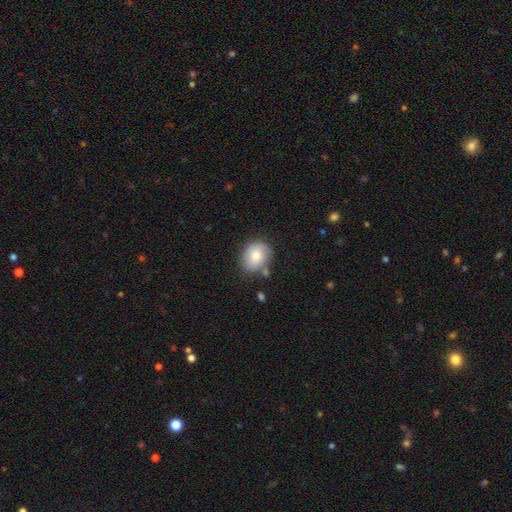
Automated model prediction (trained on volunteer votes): This is likely a smooth galaxy (76%). How rounded: possibly in between (50%). Merging: likely none (70%).